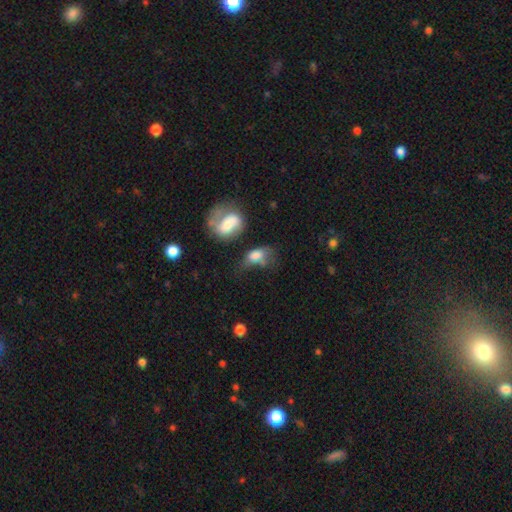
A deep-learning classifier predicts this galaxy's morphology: Smooth or featured?
  - smooth: 69% *
  - featured or disk: 21%
  - star or artifact: 10%
How rounded?
  - in between: 80% *
  - round: 16%
  - cigar-shaped: 4%
Merging?
  - major disturbance: 29% *
  - none: 27%
  - minor disturbance: 24%
  - merger: 20%